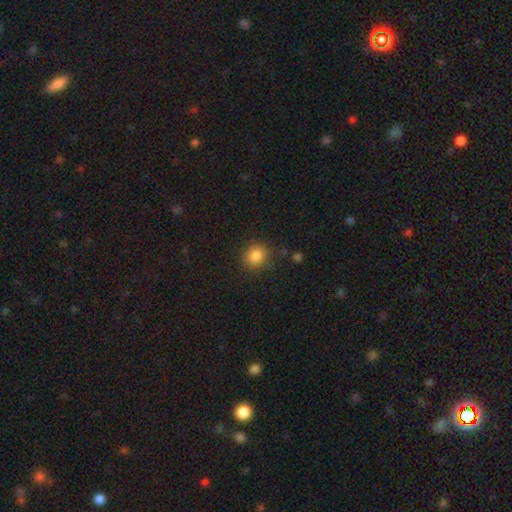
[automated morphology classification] The model was most divided on "how rounded": round: 83%, in between: 16%, cigar-shaped: 1%. More confident: smooth or featured — smooth (85%); merging — none (84%).